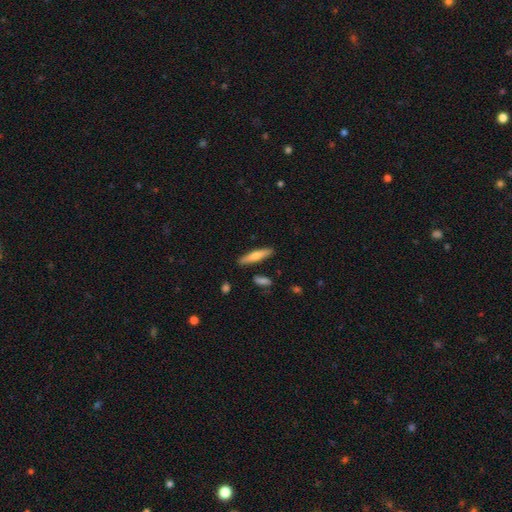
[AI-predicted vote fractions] A smooth galaxy with no disk features (60%) that is cigar-shaped (84%). Merging: none (86%).